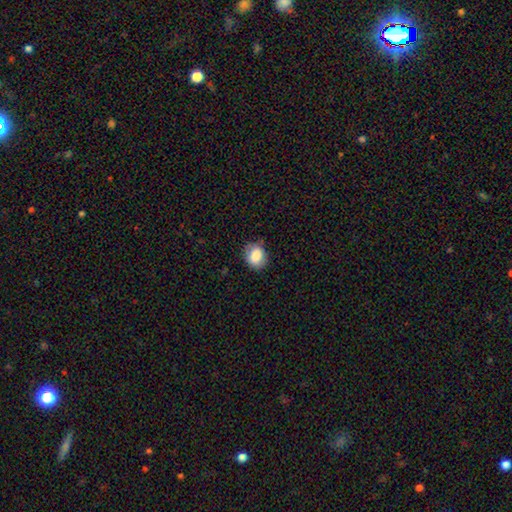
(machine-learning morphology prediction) Overall: smooth (85%). How rounded: round (53%; in between 46%). Merging: none (76%).